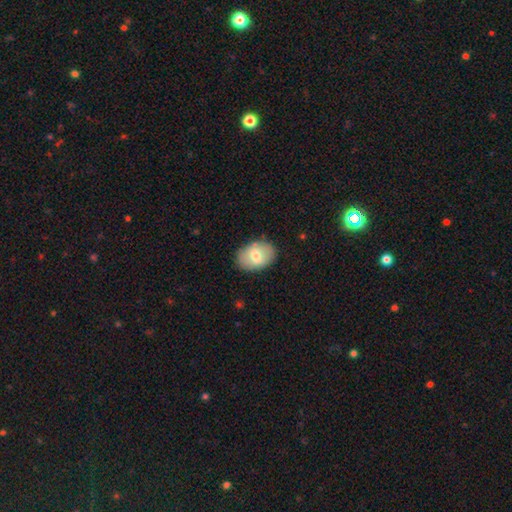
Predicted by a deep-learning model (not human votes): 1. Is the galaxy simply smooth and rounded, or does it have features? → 65% smooth, 29% featured or disk, 7% star or artifact.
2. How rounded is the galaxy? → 79% in between, 20% round, 1% cigar-shaped.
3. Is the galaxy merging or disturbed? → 84% none, 11% minor disturbance, 3% major disturbance, 1% merger.